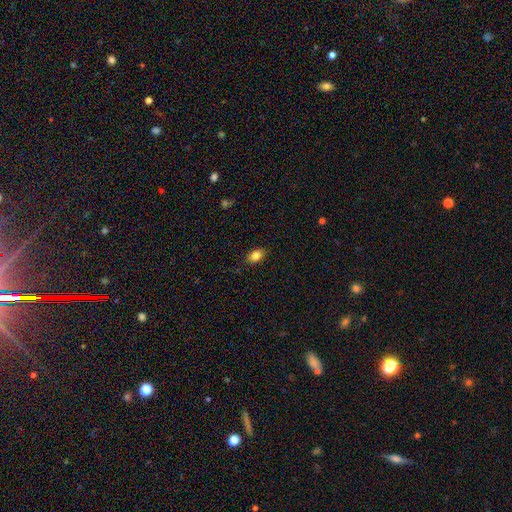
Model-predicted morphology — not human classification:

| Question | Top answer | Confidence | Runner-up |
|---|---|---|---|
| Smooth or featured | smooth | 84% | star or artifact (9%) |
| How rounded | in between | 82% | round (16%) |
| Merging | none | 86% | minor disturbance (11%) |